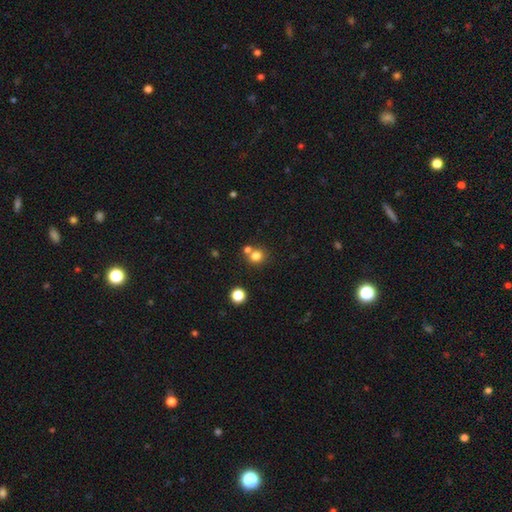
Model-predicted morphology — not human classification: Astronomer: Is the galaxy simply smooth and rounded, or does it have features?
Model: smooth — 79%.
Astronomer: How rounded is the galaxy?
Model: round — 83%.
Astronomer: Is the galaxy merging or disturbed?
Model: none — 61%.